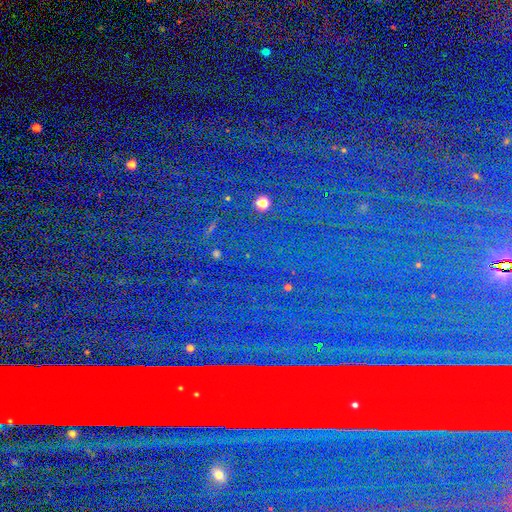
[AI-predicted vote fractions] smooth_or_featured: star or artifact (p=0.81) [alt: smooth p=0.10]